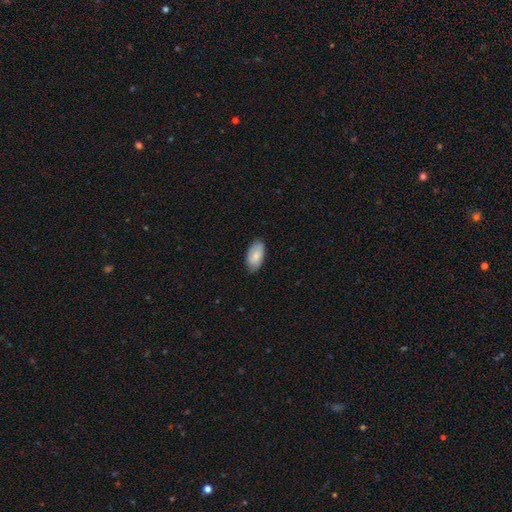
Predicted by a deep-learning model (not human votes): Overall: smooth (82%). How rounded: in between (95%). Merging: none (80%).